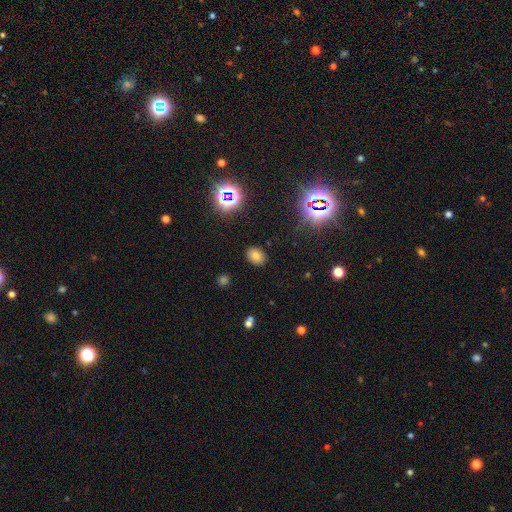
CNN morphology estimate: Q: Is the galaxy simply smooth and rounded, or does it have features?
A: smooth — 70%.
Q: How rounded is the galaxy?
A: in between — 73%.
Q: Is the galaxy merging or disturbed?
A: none — 88%.